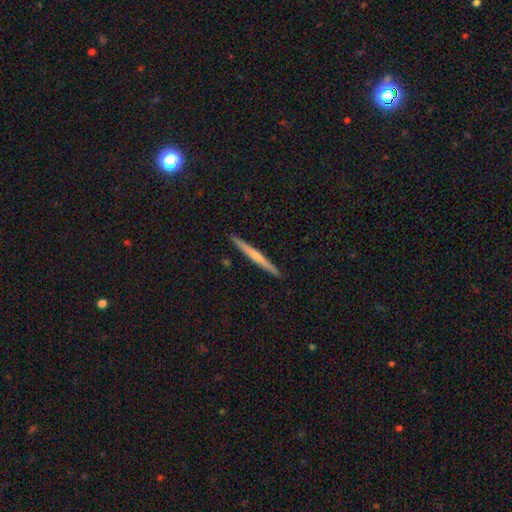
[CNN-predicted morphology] The model was most divided on "smooth or featured": featured or disk: 48%, smooth: 47%, star or artifact: 6%. More confident: merging — none (93%).